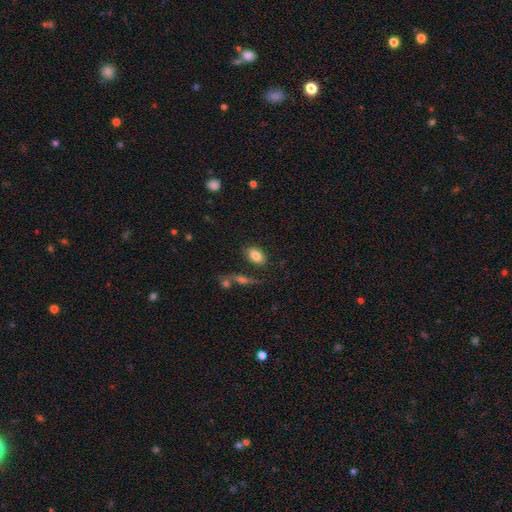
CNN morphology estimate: smooth 82%, featured or disk 9%, star or artifact 8%. Down the decision tree: how rounded — in between (88%); merging — none (78%).